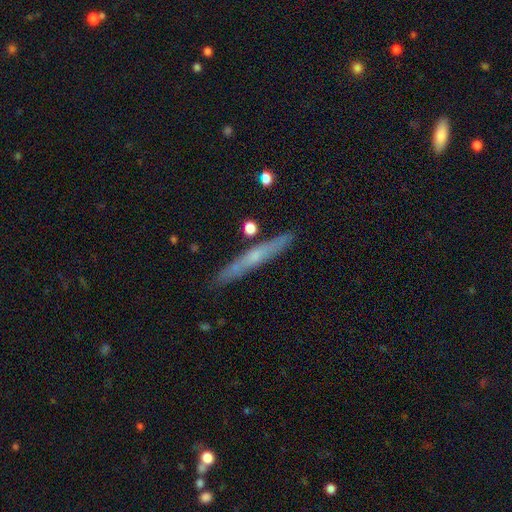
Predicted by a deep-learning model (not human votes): Smooth or featured: featured or disk — 52% (smooth — 41%)
Edge-on disk: yes — 93% (no — 7%)
Merging: none — 87% (minor disturbance — 9%)